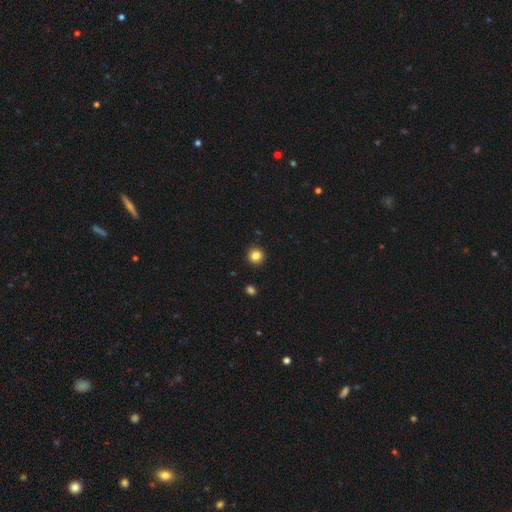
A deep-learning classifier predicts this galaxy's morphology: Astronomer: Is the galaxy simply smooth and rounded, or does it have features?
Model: smooth — 84%.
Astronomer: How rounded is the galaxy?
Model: round — 93%.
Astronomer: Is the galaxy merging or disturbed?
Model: none — 92%.